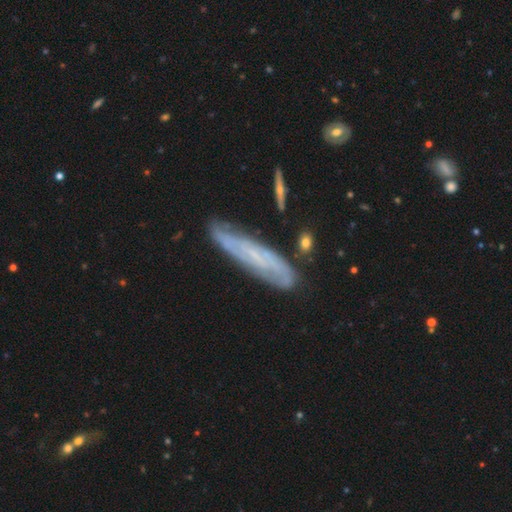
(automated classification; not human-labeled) Smooth or featured: featured or disk — 63% (smooth — 29%)
Edge-on disk: no — 62% (yes — 38%)
Merging: none — 74% (minor disturbance — 17%)